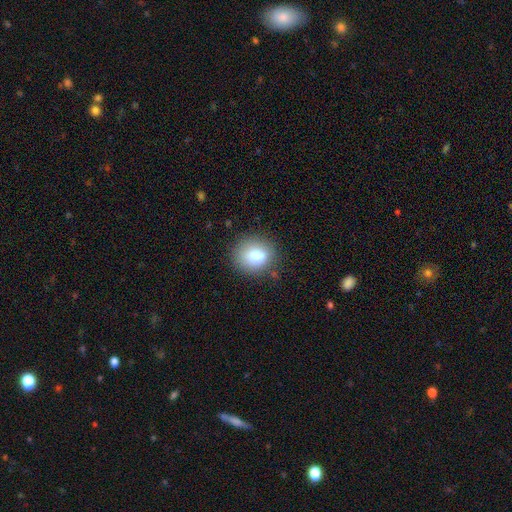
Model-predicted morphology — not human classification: type=smooth (79%); roundness=round (80%); merging=none (79%).